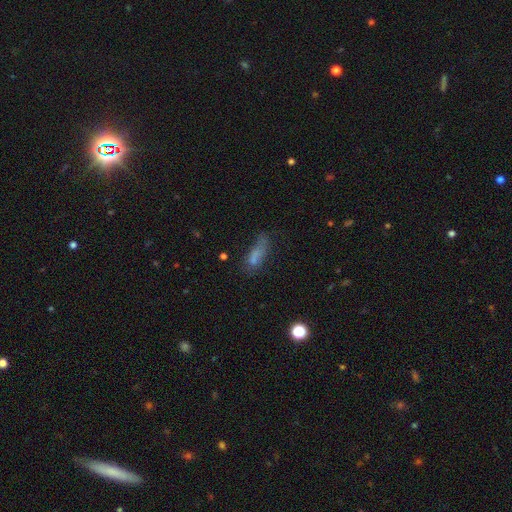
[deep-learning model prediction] A smooth galaxy with no disk features (65%) that is in between round and cigar-shaped (58%). Merging: none (40%).